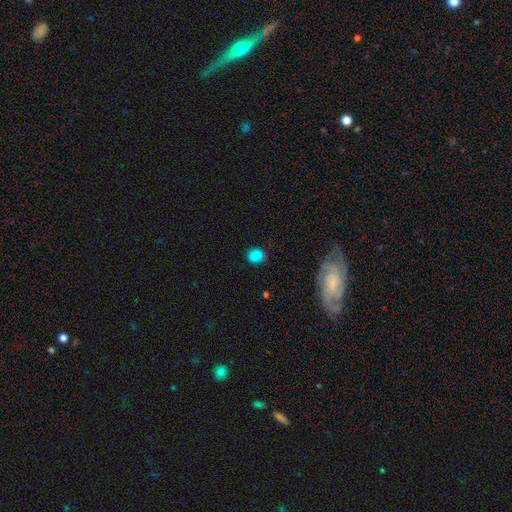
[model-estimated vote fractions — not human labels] Smooth or featured? Predicted: smooth (p=0.81). How rounded? Predicted: round (p=0.64). Merging? Predicted: none (p=0.72).